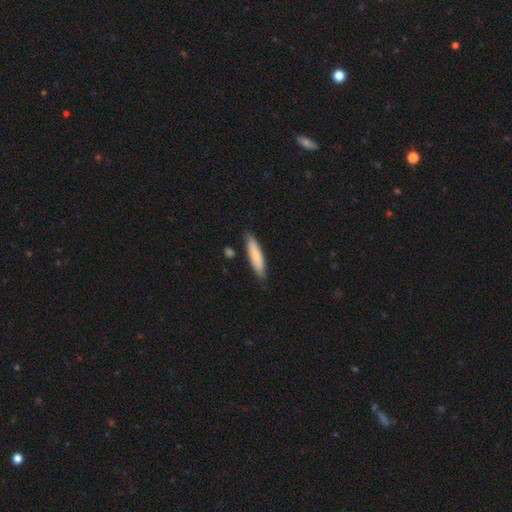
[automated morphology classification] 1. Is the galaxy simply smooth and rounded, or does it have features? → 77% smooth, 17% featured or disk, 5% star or artifact.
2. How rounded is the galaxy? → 76% cigar-shaped, 22% in between, 1% round.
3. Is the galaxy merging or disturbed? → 82% none, 14% minor disturbance, 2% major disturbance, 2% merger.